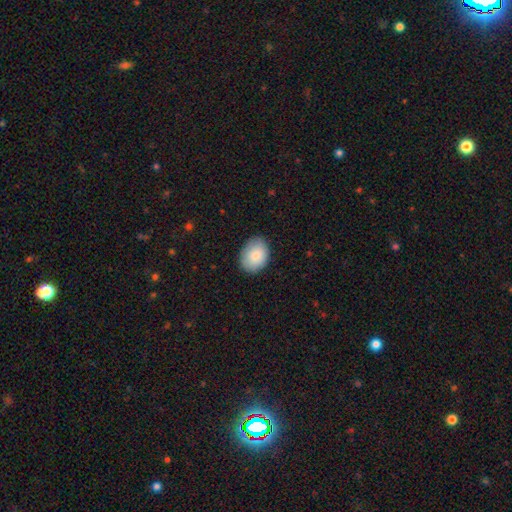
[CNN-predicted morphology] smooth-or-featured: smooth: 84% | featured or disk: 10% | star or artifact: 7%
  how-rounded: in between: 71% | round: 28% | cigar-shaped: 1%
  merging: none: 83% | minor disturbance: 13% | major disturbance: 2% | merger: 1%